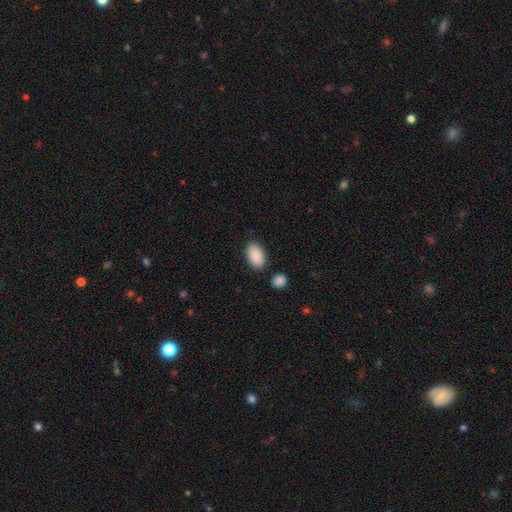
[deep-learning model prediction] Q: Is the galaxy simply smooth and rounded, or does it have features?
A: smooth — 89%.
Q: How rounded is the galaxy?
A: in between — 94%.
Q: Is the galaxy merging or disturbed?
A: none — 82%.